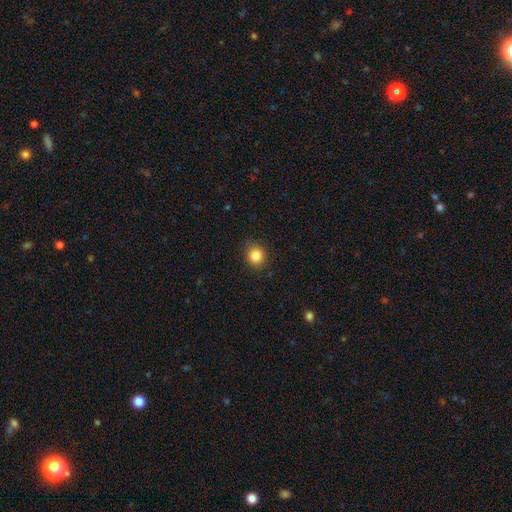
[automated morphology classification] Q: Smooth or featured?
A: smooth (84%); runner-up: star or artifact (11%)
Q: How rounded?
A: round (82%); runner-up: in between (17%)
Q: Merging?
A: none (86%); runner-up: minor disturbance (11%)